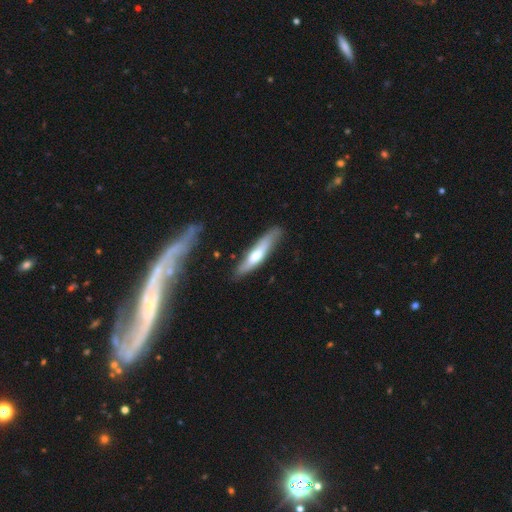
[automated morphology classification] Q: Smooth or featured?
A: smooth (52%); runner-up: featured or disk (43%)
Q: How rounded?
A: cigar-shaped (82%); runner-up: in between (16%)
Q: Merging?
A: none (76%); runner-up: minor disturbance (17%)